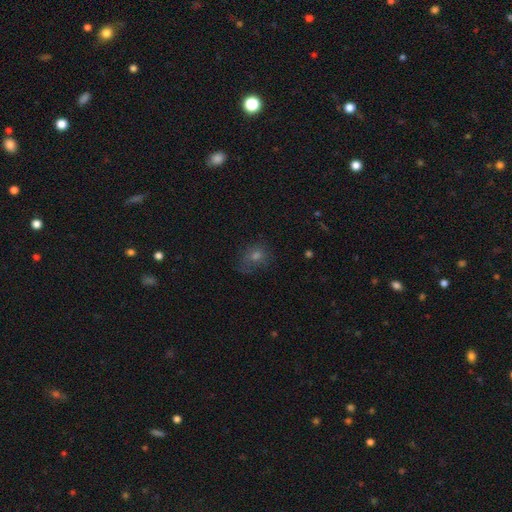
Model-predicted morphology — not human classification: Smooth or featured? Predicted: smooth (p=0.57). How rounded? Predicted: round (p=0.62). Merging? Predicted: none (p=0.63).